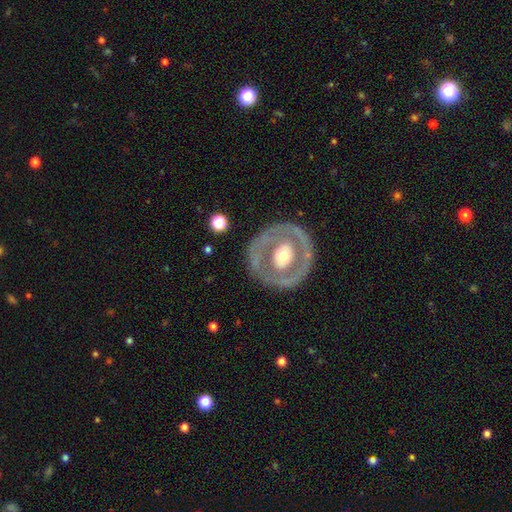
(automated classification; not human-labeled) featured or disk 68%, smooth 27%, star or artifact 5%. Down the decision tree: edge-on disk — no (94%); bar — no (77%); spiral arms — no (84%); bulge size — moderate (64%); merging — none (78%).